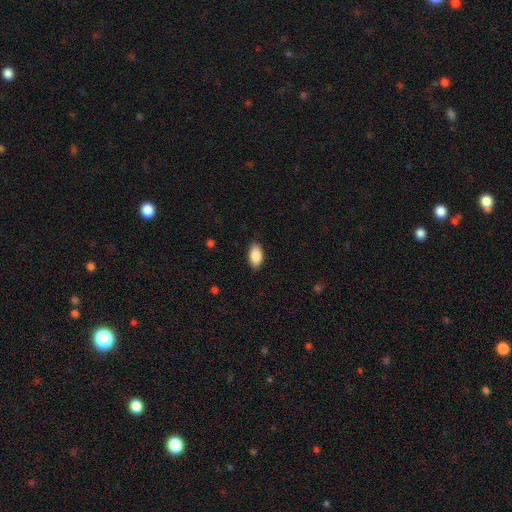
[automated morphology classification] This appears to be a smooth galaxy with no disk features (89%) that is in between round and cigar-shaped (94%). Merging: none (89%).